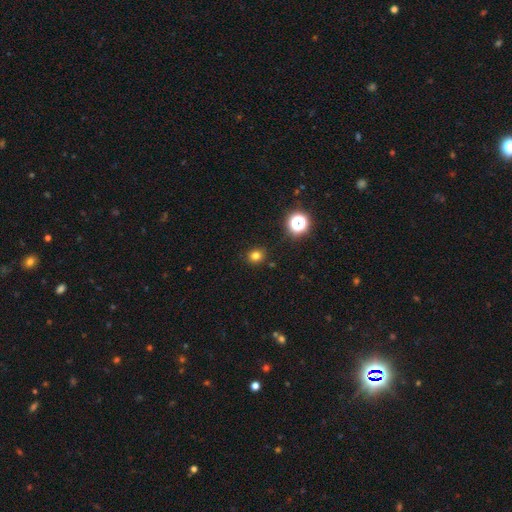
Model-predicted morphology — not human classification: Q: Smooth or featured?
A: smooth (78%); runner-up: star or artifact (17%)
Q: How rounded?
A: round (80%); runner-up: in between (20%)
Q: Merging?
A: none (89%); runner-up: minor disturbance (7%)